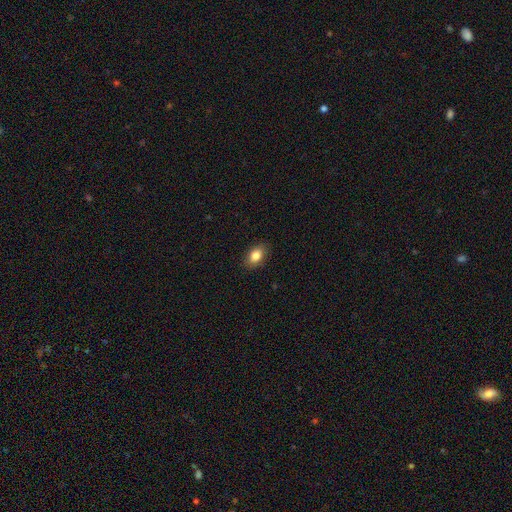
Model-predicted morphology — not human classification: The model was most divided on "how rounded": in between: 85%, round: 14%, cigar-shaped: 2%. More confident: merging — none (88%); smooth or featured — smooth (84%).